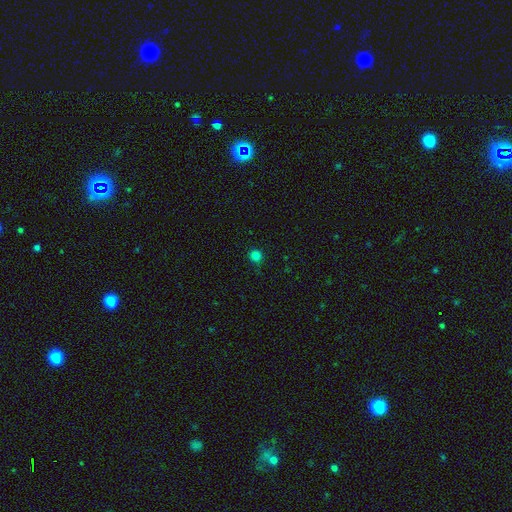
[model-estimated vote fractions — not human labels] Q: Smooth or featured?
A: smooth (81%); runner-up: star or artifact (15%)
Q: How rounded?
A: round (94%); runner-up: in between (5%)
Q: Merging?
A: none (87%); runner-up: minor disturbance (9%)